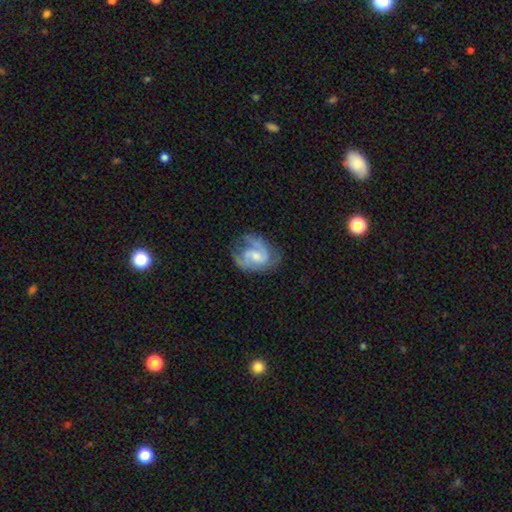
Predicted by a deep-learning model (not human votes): The model was most divided on "bar": no: 46%, weak: 44%, strong: 9%. Remaining: edge-on disk — no (98%); spiral arms — yes (93%); smooth or featured — featured or disk (80%); merging — none (59%); spiral arm count — 2 (55%); spiral winding — medium (50%); bulge size — moderate (41%).